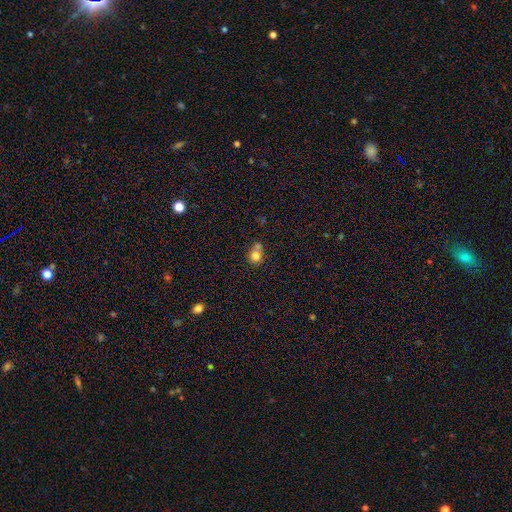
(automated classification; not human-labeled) Smooth or featured?
  - smooth: 78% *
  - star or artifact: 11%
  - featured or disk: 10%
How rounded?
  - round: 80% *
  - in between: 19%
  - cigar-shaped: 1%
Merging?
  - none: 46% *
  - merger: 35%
  - minor disturbance: 14%
  - major disturbance: 5%